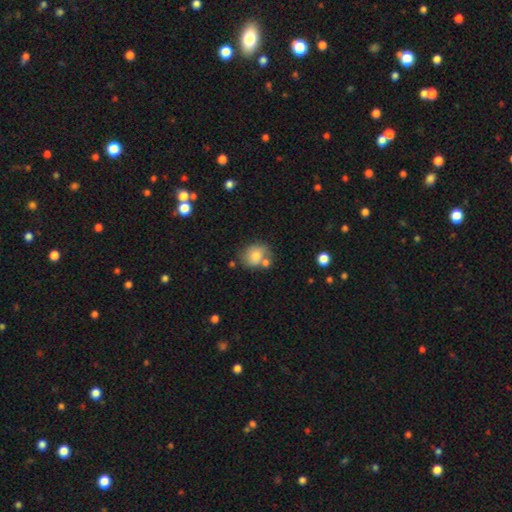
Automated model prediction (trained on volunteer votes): This appears to be a smooth galaxy with no disk features (76%) that is round (63%). Merging: none (58%).